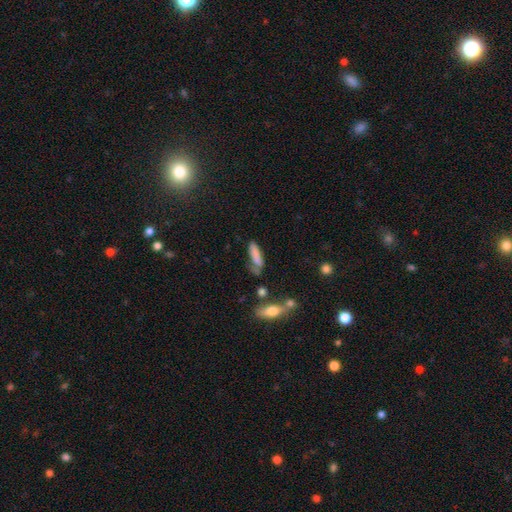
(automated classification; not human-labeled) A smooth galaxy with no disk features (78%) that is cigar-shaped (65%).

Vote fractions:
- Smooth or featured? smooth: 78% / featured or disk: 13% / star or artifact: 8%
- How rounded? cigar-shaped: 65% / in between: 33% / round: 2%
- Merging? none: 50% / minor disturbance: 26% / merger: 13% / major disturbance: 11%